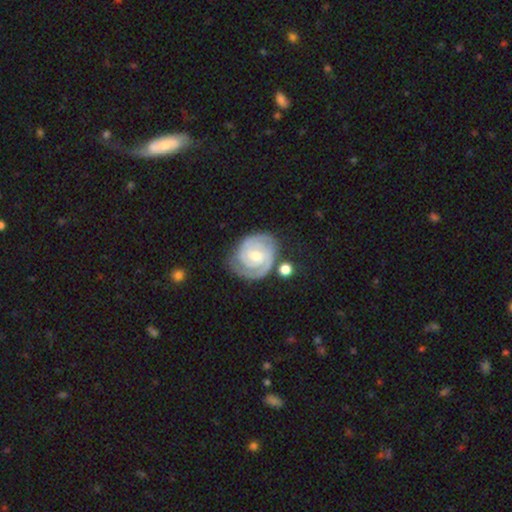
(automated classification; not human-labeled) This is clearly a featured or disk galaxy (88%). It is clearly not viewed edge-on (98%). Bar: possibly no (51%). Spiral arm pattern: clearly yes (98%). Spiral arm count: likely 2 (69%). Spiral winding: likely tight (77%). Central bulge: possibly moderate (53%). Merging: likely none (72%).